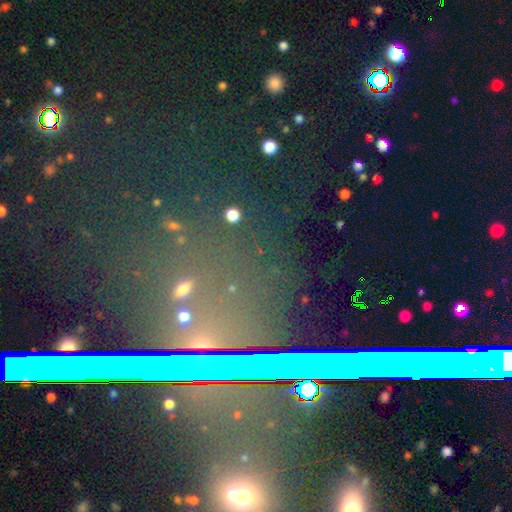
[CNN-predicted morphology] smooth-or-featured: star or artifact: 76% | smooth: 15% | featured or disk: 10%